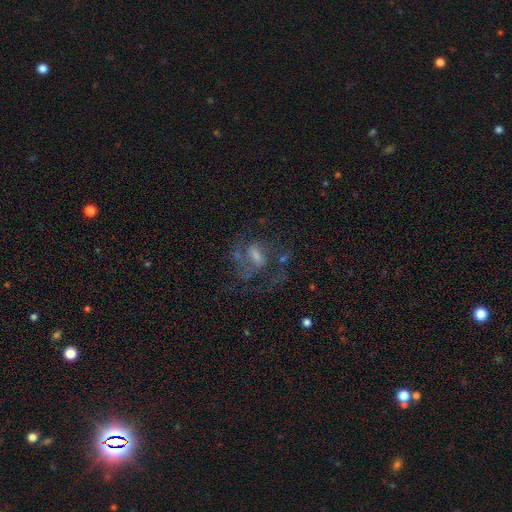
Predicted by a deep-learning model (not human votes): Smooth or featured? featured or disk (67%)
Edge-on disk? no (97%)
Bar? weak (48%)
Spiral arms? yes (76%)
Bulge size? small (41%)
Merging? none (45%)